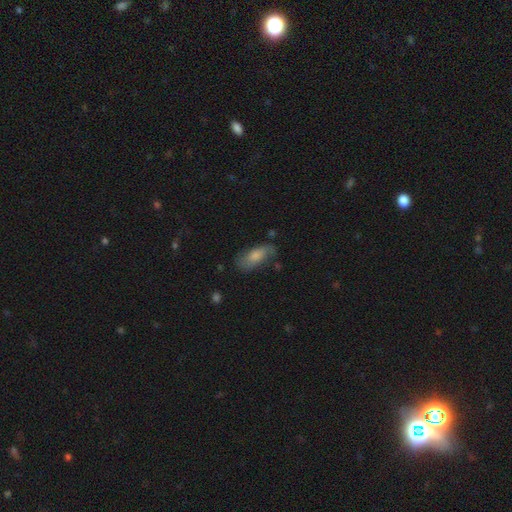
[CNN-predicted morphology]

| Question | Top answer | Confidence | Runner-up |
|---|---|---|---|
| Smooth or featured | smooth | 65% | featured or disk (28%) |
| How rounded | in between | 79% | cigar-shaped (18%) |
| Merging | none | 66% | minor disturbance (24%) |